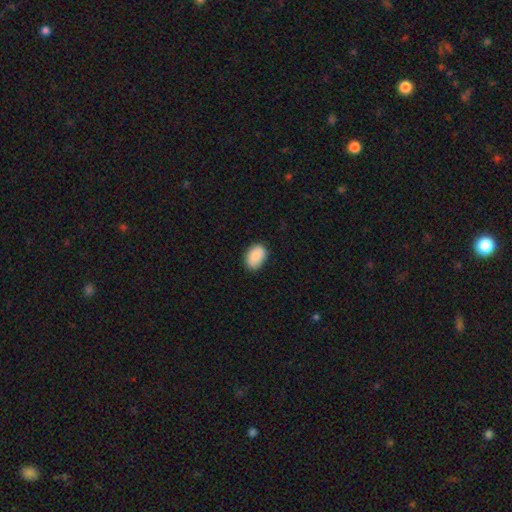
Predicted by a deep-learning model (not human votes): Overall: smooth (88%). How rounded: in between (85%). Merging: none (81%).